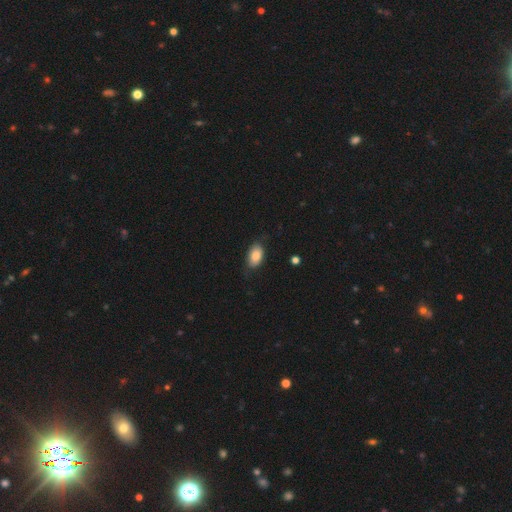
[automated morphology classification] This is clearly a smooth galaxy (83%). How rounded: clearly in between (91%). Merging: likely none (74%).